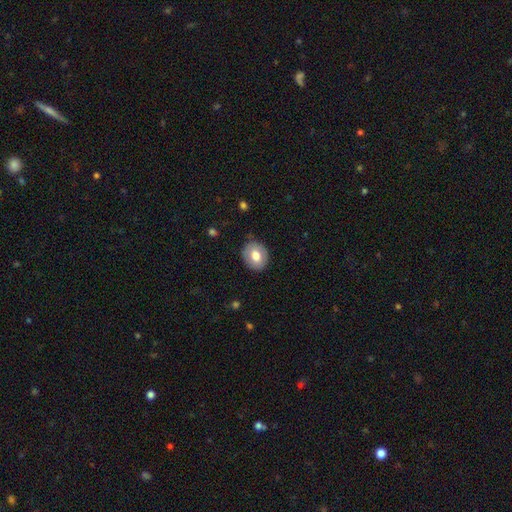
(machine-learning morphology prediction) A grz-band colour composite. It shows a smooth galaxy with no disk features (73%) that is round (61%). Merging: none (85%).